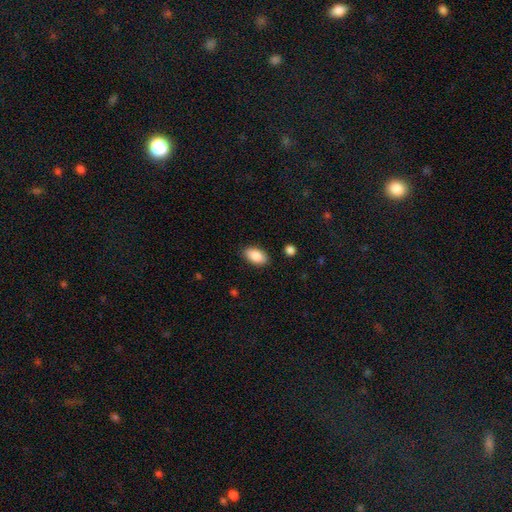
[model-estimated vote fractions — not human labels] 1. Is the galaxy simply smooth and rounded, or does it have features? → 88% smooth, 7% star or artifact, 6% featured or disk.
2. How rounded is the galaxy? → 94% in between, 4% round, 2% cigar-shaped.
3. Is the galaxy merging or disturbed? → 87% none, 9% minor disturbance, 2% major disturbance, 1% merger.